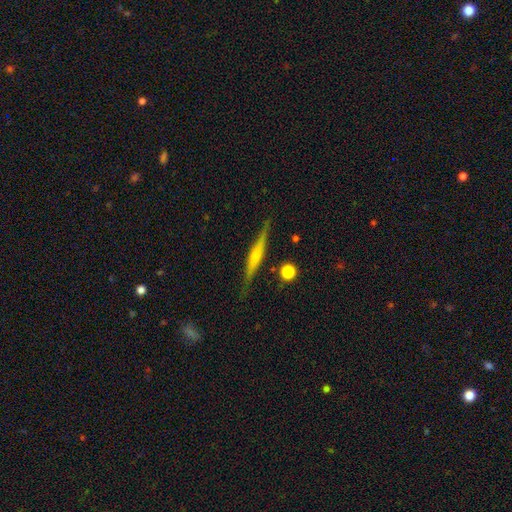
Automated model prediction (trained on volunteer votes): This is likely a featured or disk galaxy (61%). It is clearly viewed edge-on (97%). Edge-on bulge: possibly rounded (49%). Merging: clearly none (85%).